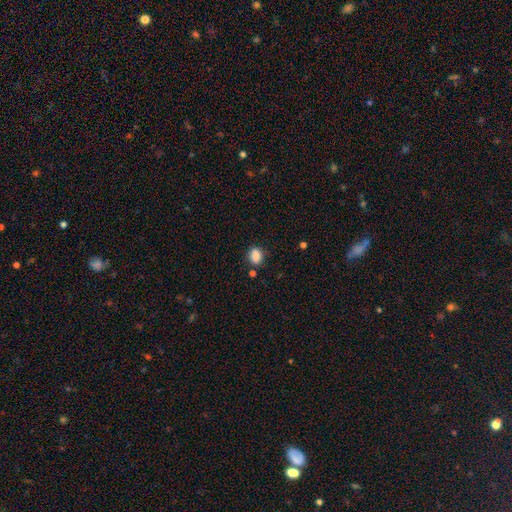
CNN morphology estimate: This appears to be a smooth galaxy with no disk features (86%) that is in between round and cigar-shaped (64%). Merging: none (77%).